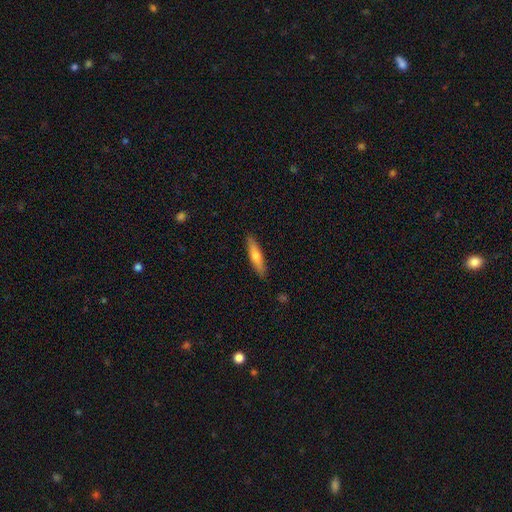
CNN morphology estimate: This appears to be a smooth galaxy with no disk features (62%) that is cigar-shaped (82%). Merging: none (89%).